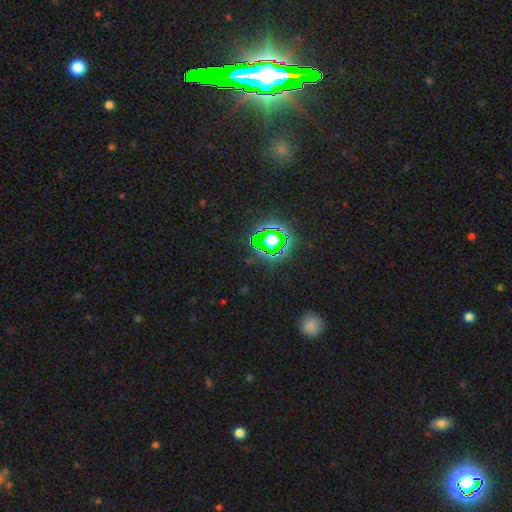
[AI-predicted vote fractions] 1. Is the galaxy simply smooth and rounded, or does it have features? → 82% star or artifact, 11% smooth, 8% featured or disk.